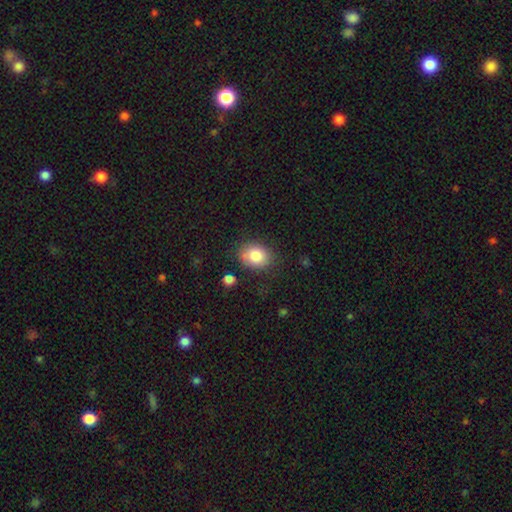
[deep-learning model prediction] Q: Smooth or featured?
A: smooth (83%); runner-up: star or artifact (9%)
Q: How rounded?
A: in between (54%); runner-up: round (45%)
Q: Merging?
A: none (72%); runner-up: minor disturbance (18%)